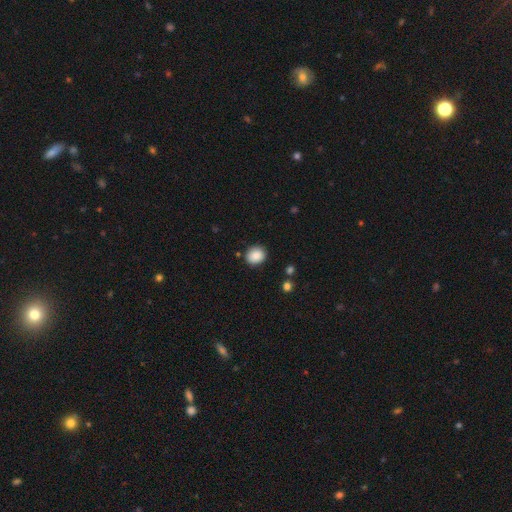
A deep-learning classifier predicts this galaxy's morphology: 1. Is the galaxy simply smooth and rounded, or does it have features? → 88% smooth, 9% star or artifact, 4% featured or disk.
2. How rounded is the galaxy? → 74% round, 25% in between, 1% cigar-shaped.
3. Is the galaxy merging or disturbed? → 87% none, 9% minor disturbance, 2% major disturbance, 2% merger.